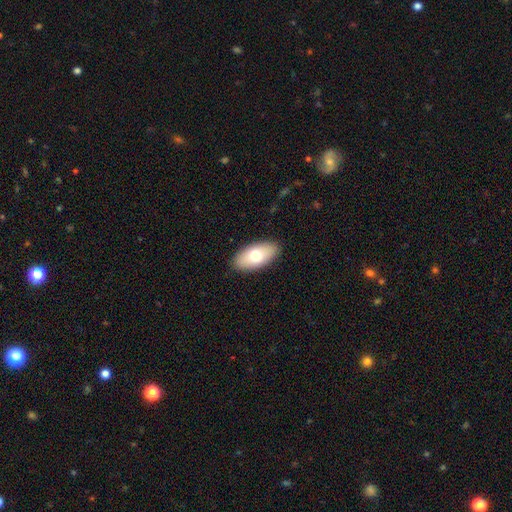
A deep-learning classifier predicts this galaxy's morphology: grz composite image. It shows a smooth galaxy with no disk features (70%) that is in between round and cigar-shaped (93%). Merging: none (88%).